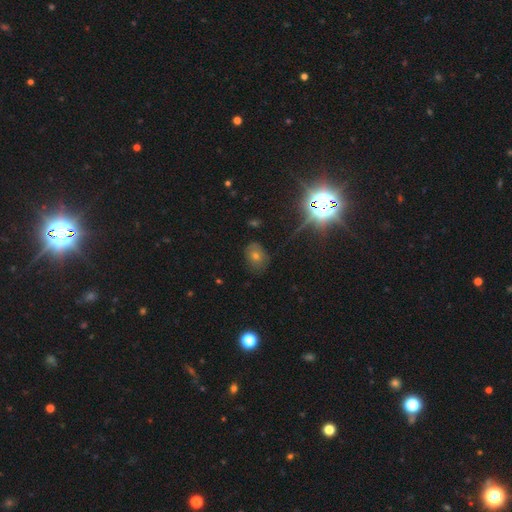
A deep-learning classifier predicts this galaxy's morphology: A smooth galaxy with no disk features (39%). Merging: none (78%).